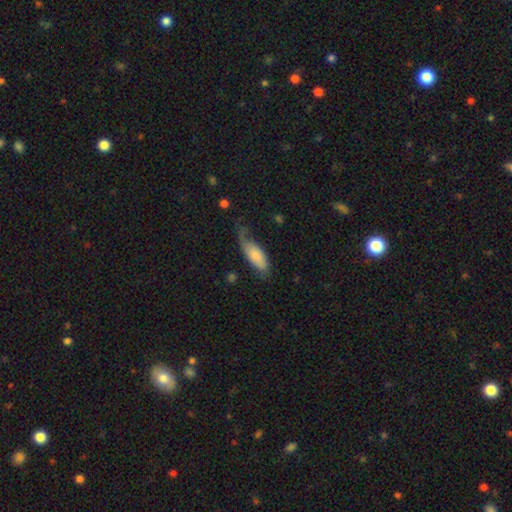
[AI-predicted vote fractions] smooth 69%, featured or disk 25%, star or artifact 6%. Down the decision tree: how rounded — in between (78%); merging — minor disturbance (35%, tied with none).